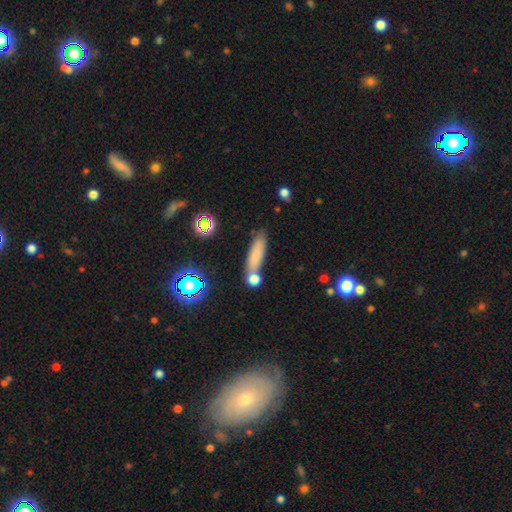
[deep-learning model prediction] smooth_or_featured: smooth (p=0.72) [alt: star or artifact p=0.14]
how_rounded: cigar-shaped (p=0.67) [alt: in between p=0.29]
merging: none (p=0.68) [alt: merger p=0.15]